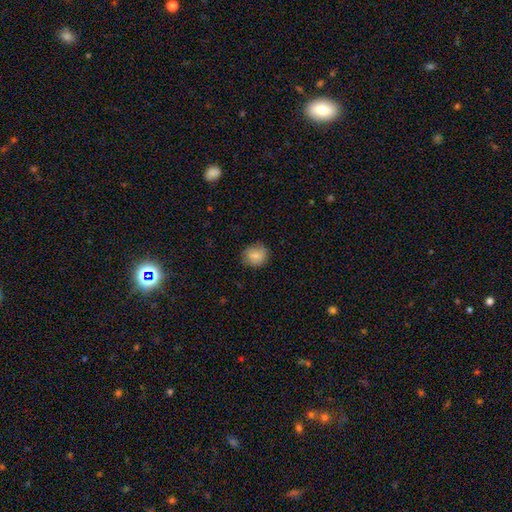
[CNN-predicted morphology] This appears to be a smooth galaxy with no disk features (78%) that is round (80%). Merging: none (78%).